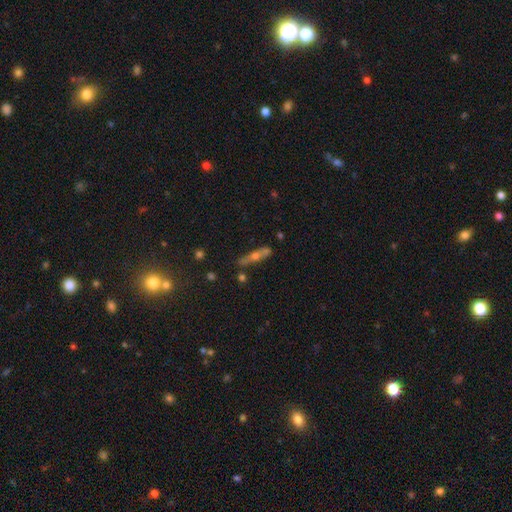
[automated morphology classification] Overall: featured or disk (58%; smooth 26%). Edge-on disk: yes (83%). Merging: none (73%).